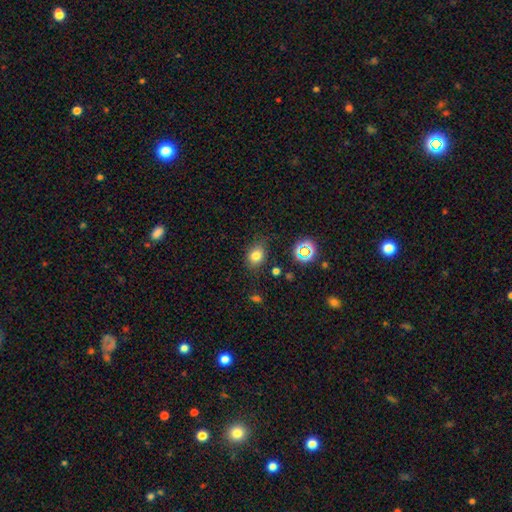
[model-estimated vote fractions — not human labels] Smooth or featured? Predicted: smooth (p=0.76). How rounded? Predicted: in between (p=0.55). Merging? Predicted: none (p=0.76).